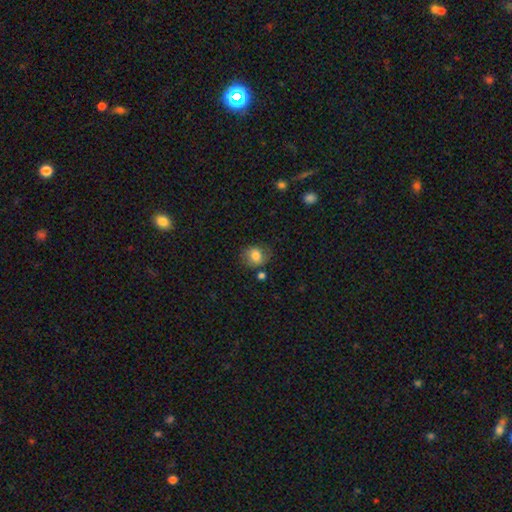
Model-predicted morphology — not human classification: smooth_or_featured: smooth (p=0.79) [alt: featured or disk p=0.12]
how_rounded: round (p=0.71) [alt: in between p=0.28]
merging: none (p=0.69) [alt: minor disturbance p=0.20]